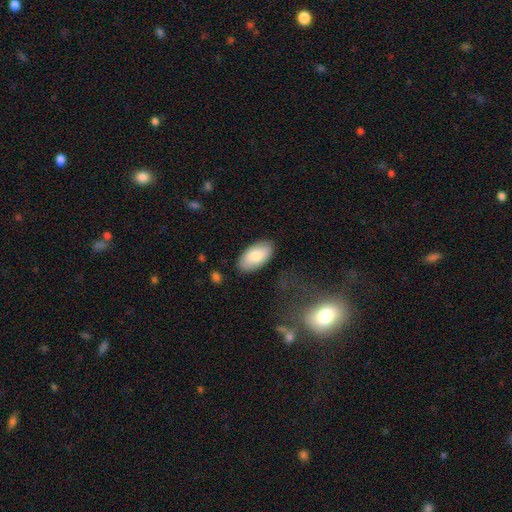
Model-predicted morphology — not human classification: Q: Smooth or featured?
A: smooth (78%); runner-up: featured or disk (16%)
Q: How rounded?
A: in between (95%); runner-up: round (3%)
Q: Merging?
A: none (85%); runner-up: minor disturbance (11%)